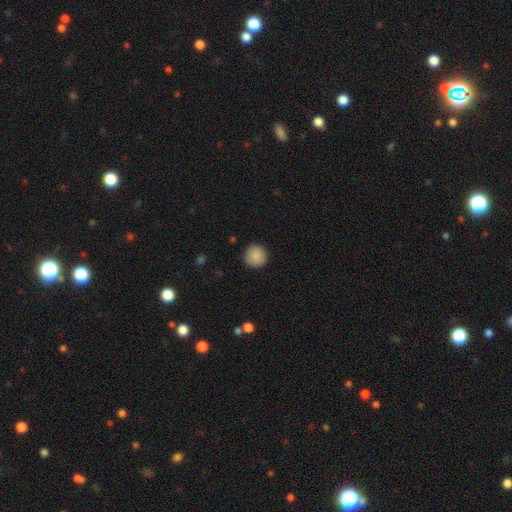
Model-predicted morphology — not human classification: smooth_or_featured: smooth (p=0.89) [alt: star or artifact p=0.08]
how_rounded: round (p=0.95) [alt: in between p=0.04]
merging: none (p=0.91) [alt: minor disturbance p=0.06]